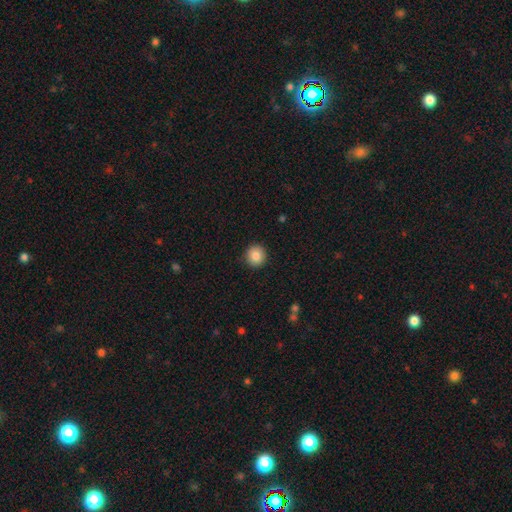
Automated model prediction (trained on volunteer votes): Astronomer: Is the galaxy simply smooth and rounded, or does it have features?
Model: smooth — 86%.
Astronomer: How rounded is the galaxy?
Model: round — 94%.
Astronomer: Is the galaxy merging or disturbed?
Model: none — 92%.